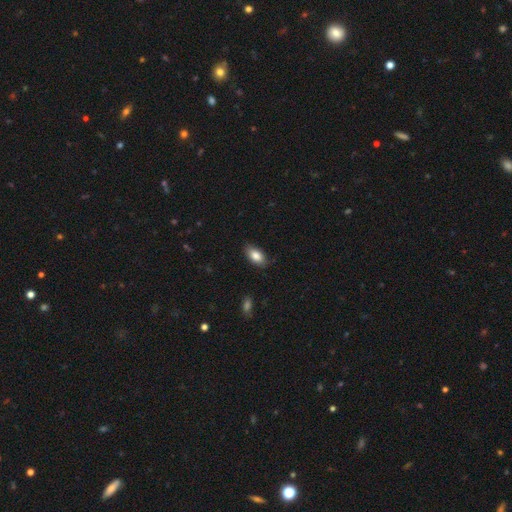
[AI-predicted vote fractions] Smooth or featured?
  - smooth: 84% *
  - featured or disk: 8%
  - star or artifact: 7%
How rounded?
  - in between: 92% *
  - round: 5%
  - cigar-shaped: 3%
Merging?
  - none: 82% *
  - minor disturbance: 15%
  - major disturbance: 2%
  - merger: 1%